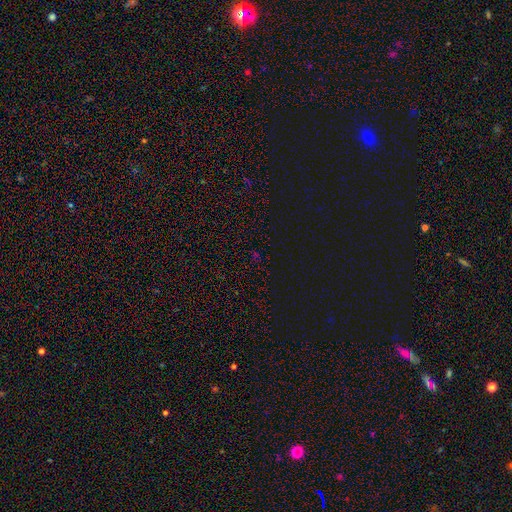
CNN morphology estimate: A star or artifact, not a galaxy (71%).

Vote fractions:
- Smooth or featured? star or artifact: 71% / smooth: 21% / featured or disk: 7%